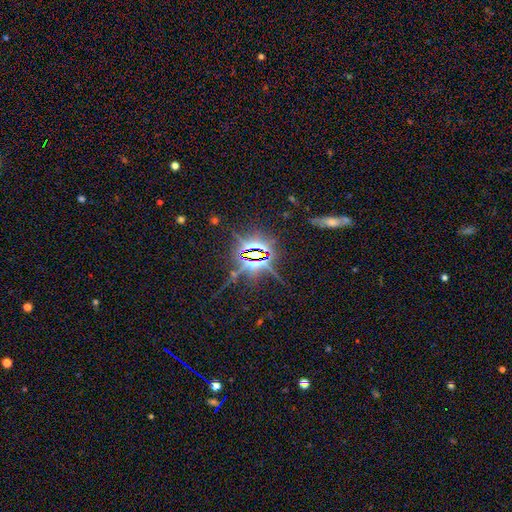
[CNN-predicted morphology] A star or artifact, not a galaxy (82%).